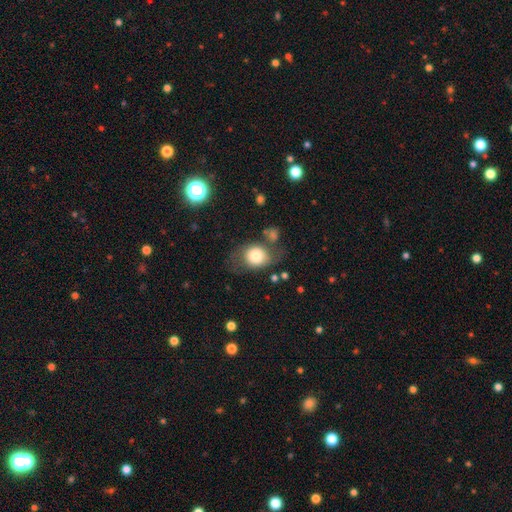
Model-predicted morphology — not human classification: type=smooth (73%); roundness=round (55%); merging=none (54%).